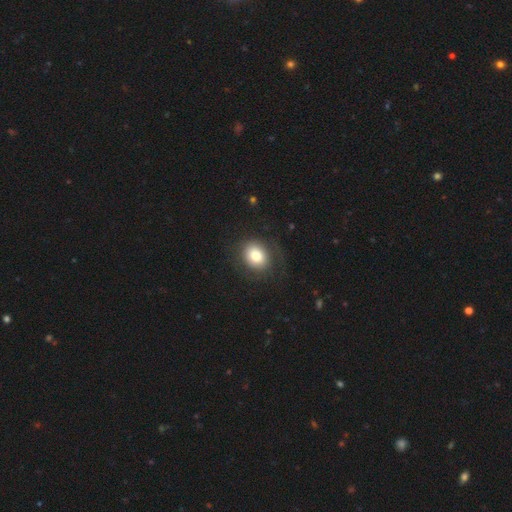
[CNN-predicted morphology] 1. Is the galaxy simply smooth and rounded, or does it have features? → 79% smooth, 12% featured or disk, 9% star or artifact.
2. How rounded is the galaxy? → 55% round, 44% in between, 1% cigar-shaped.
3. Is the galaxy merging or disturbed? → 77% none, 14% minor disturbance, 8% major disturbance, 1% merger.